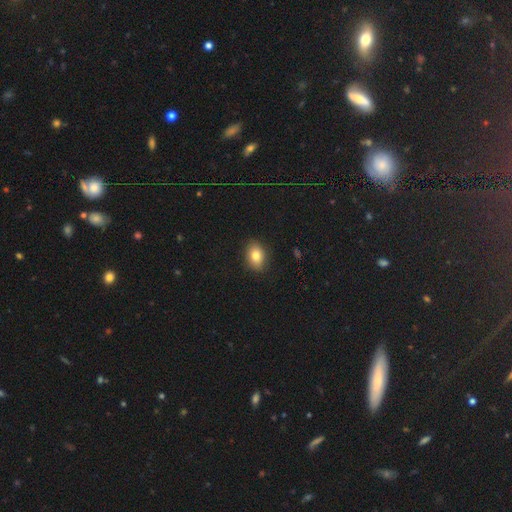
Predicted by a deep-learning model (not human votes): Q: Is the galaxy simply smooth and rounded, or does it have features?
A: smooth — 80%.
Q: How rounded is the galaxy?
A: in between — 72%.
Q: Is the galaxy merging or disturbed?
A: none — 87%.